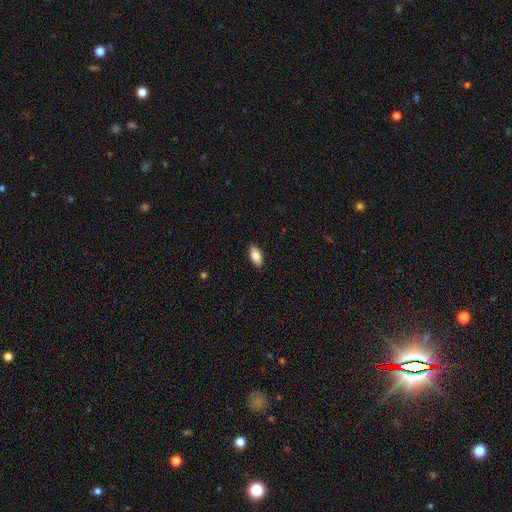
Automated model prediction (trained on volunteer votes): Smooth or featured?
  - smooth: 84% *
  - featured or disk: 9%
  - star or artifact: 7%
How rounded?
  - in between: 90% *
  - cigar-shaped: 7%
  - round: 2%
Merging?
  - none: 88% *
  - minor disturbance: 9%
  - major disturbance: 2%
  - merger: 1%